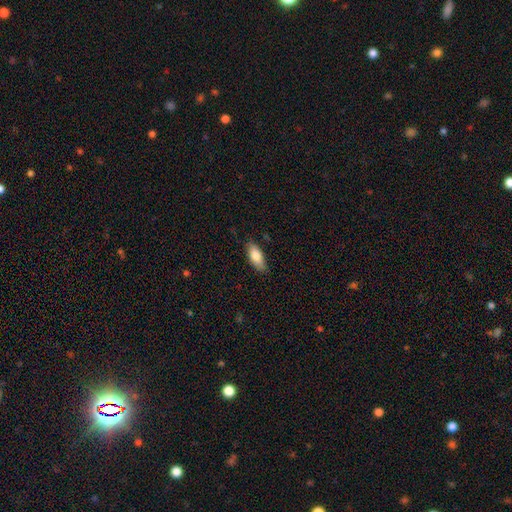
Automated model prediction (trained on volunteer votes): This appears to be a smooth galaxy with no disk features (81%) that is in between round and cigar-shaped (80%). Merging: none (84%).